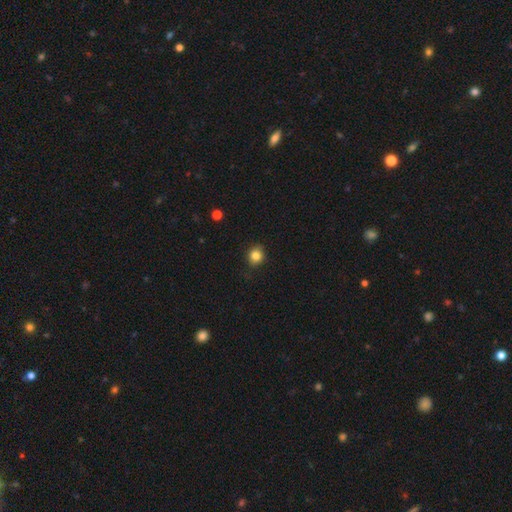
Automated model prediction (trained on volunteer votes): Smooth or featured: smooth — 83% (star or artifact — 11%)
How rounded: round — 78% (in between — 21%)
Merging: none — 85% (minor disturbance — 12%)